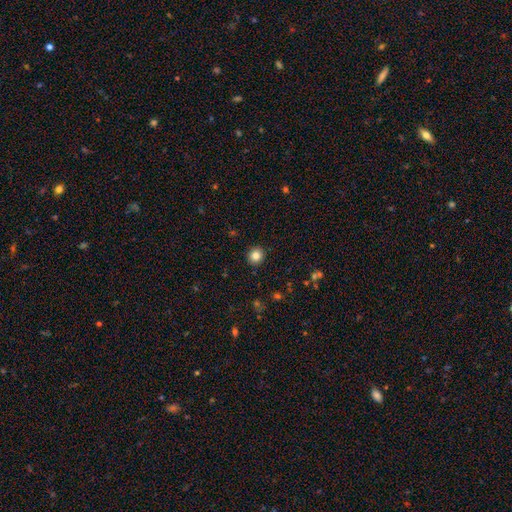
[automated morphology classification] A smooth galaxy with no disk features (83%) that is round (88%).

Vote fractions:
- Smooth or featured? smooth: 83% / star or artifact: 11% / featured or disk: 6%
- How rounded? round: 88% / in between: 12% / cigar-shaped: 1%
- Merging? none: 91% / minor disturbance: 6% / major disturbance: 2% / merger: 1%